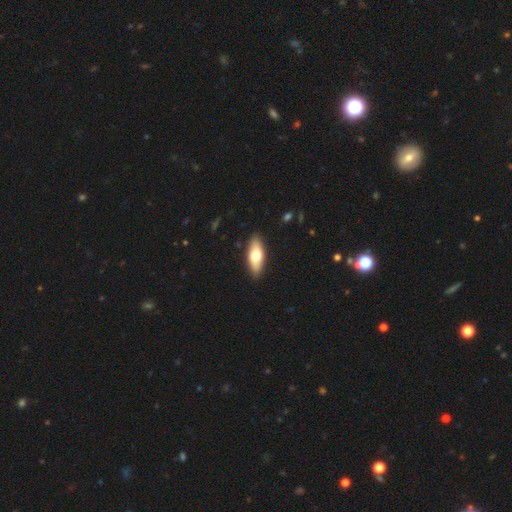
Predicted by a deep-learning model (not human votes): smooth_or_featured: smooth (p=0.66) [alt: featured or disk p=0.29]
how_rounded: in between (p=0.70) [alt: cigar-shaped p=0.27]
merging: none (p=0.89) [alt: minor disturbance p=0.08]